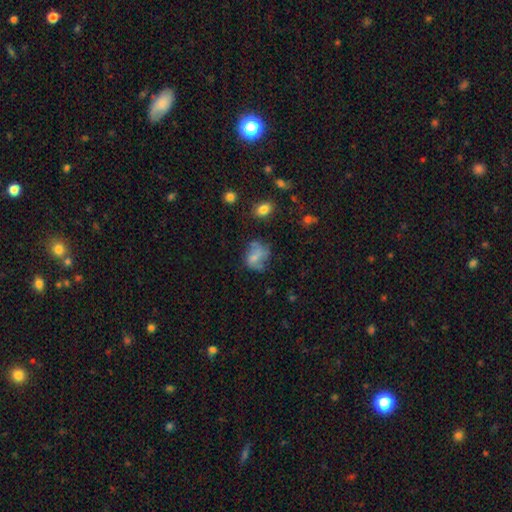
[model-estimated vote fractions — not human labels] The model was most divided on "how rounded": in between: 51%, round: 48%, cigar-shaped: 1%. Remaining: smooth or featured — smooth (54%); merging — none (40%).